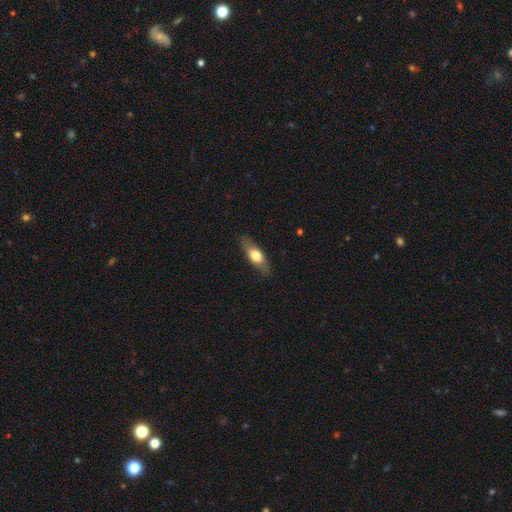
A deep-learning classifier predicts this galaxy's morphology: Overall: smooth (61%; featured or disk 32%). How rounded: in between (65%; cigar-shaped 31%). Merging: none (82%).